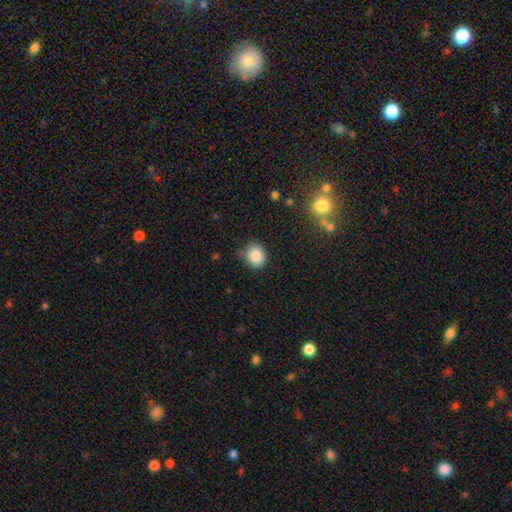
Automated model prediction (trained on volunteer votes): This is clearly a smooth galaxy (85%). How rounded: likely round (69%). Merging: likely none (68%).